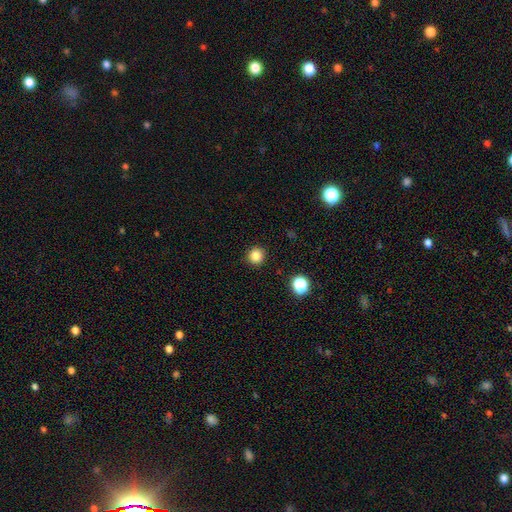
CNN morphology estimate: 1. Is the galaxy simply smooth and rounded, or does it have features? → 84% smooth, 12% star or artifact, 4% featured or disk.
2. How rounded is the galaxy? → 94% round, 5% in between, 1% cigar-shaped.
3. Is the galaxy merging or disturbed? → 92% none, 5% minor disturbance, 2% major disturbance, 1% merger.